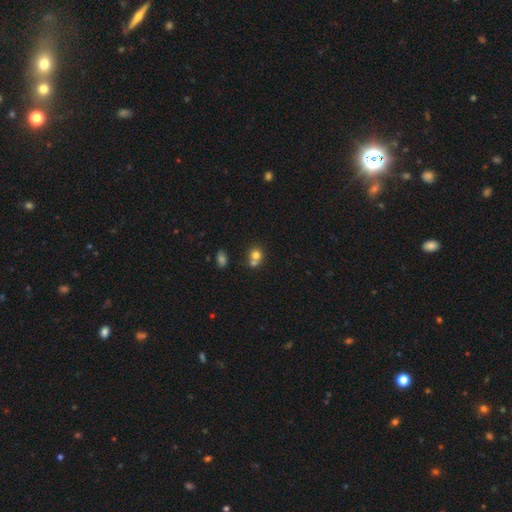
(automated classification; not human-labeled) Smooth or featured? Predicted: smooth (p=0.75). How rounded? Predicted: round (p=0.80). Merging? Predicted: merger (p=0.46).